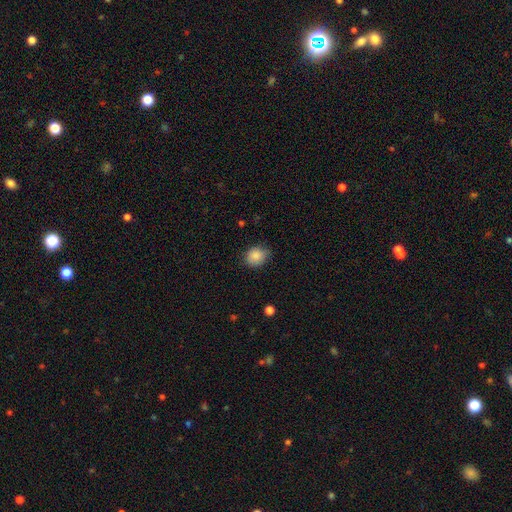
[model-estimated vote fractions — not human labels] Morphology: type=smooth (87%); roundness=round (65%); merging=none (75%).